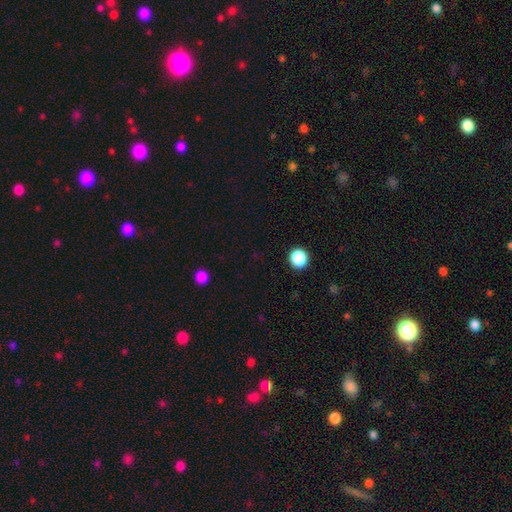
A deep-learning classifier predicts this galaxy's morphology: This appears to be a smooth galaxy with no disk features (64%) that is round (88%). Merging: none (88%).